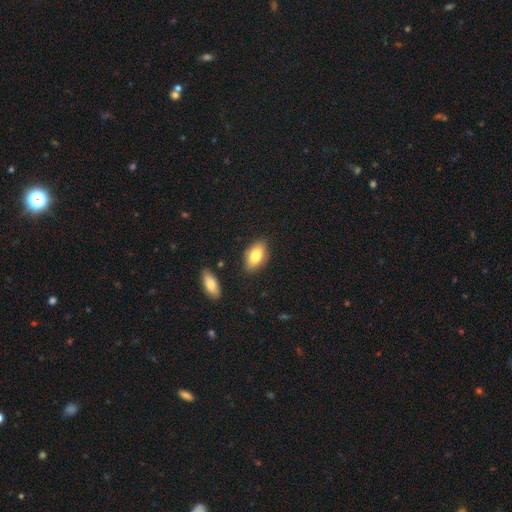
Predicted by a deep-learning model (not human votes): Smooth or featured? Predicted: smooth (p=0.78). How rounded? Predicted: in between (p=0.89). Merging? Predicted: none (p=0.82).